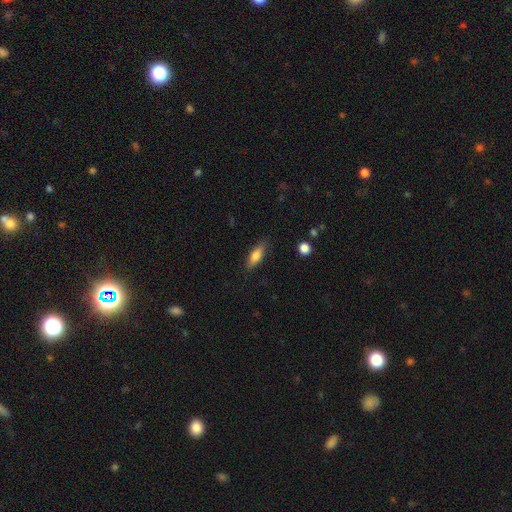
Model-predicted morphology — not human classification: Overall: smooth (75%). How rounded: in between (60%; cigar-shaped 37%). Merging: none (82%).